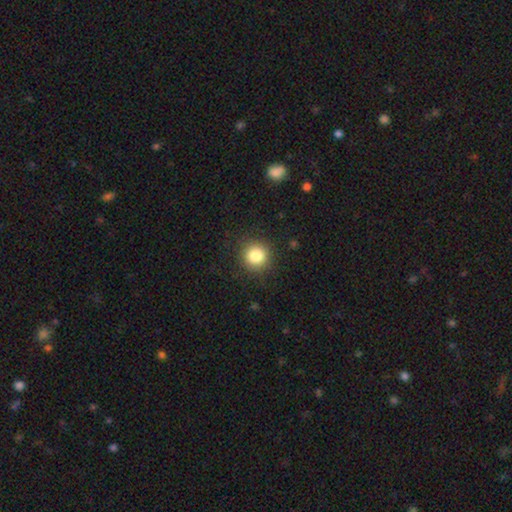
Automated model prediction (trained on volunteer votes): Overall: smooth (84%). How rounded: round (92%). Merging: none (89%).